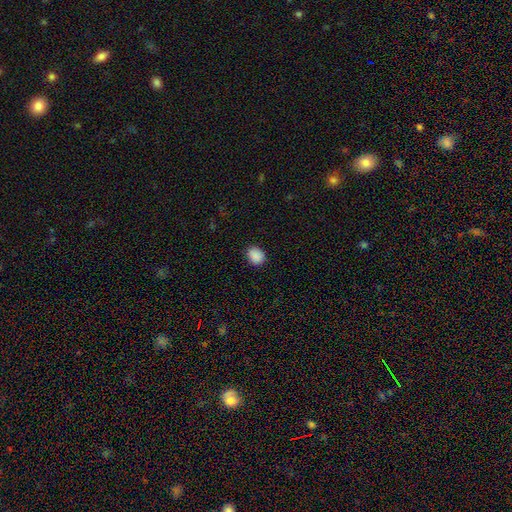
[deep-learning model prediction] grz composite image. It shows a smooth galaxy with no disk features (88%) that is round (51%). Merging: none (84%).